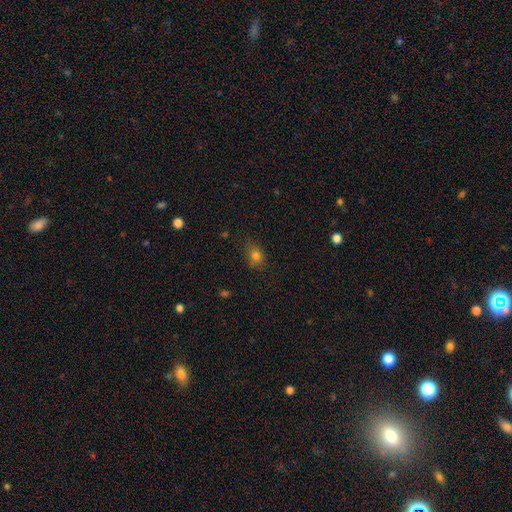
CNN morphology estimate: Smooth or featured: smooth — 77% (star or artifact — 15%)
How rounded: in between — 55% (round — 43%)
Merging: none — 68% (minor disturbance — 23%)